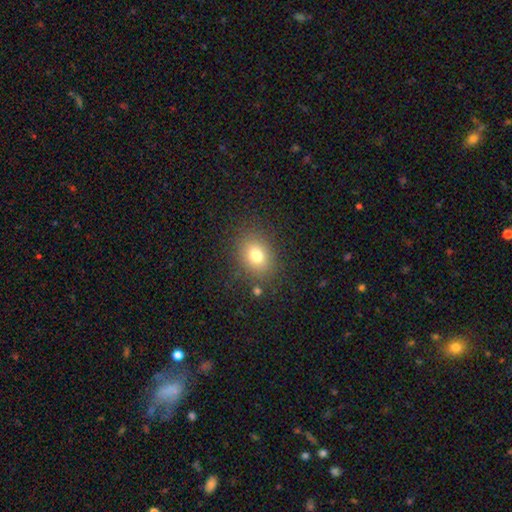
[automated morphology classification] type=smooth (76%); roundness=in between (58%); merging=none (82%).